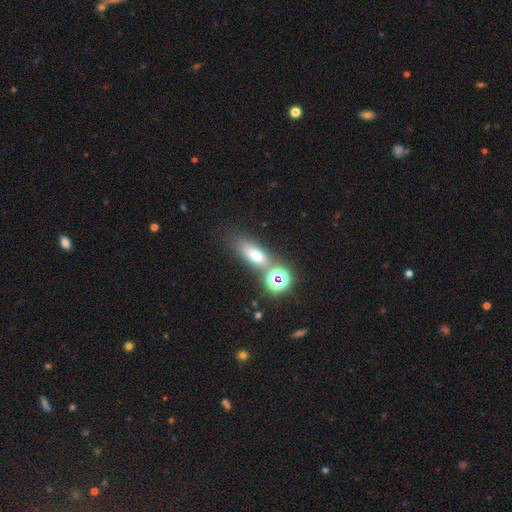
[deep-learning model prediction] The model was most divided on "how rounded": in between: 62%, cigar-shaped: 21%, round: 17%. More confident: smooth or featured — smooth (64%); merging — none (63%).